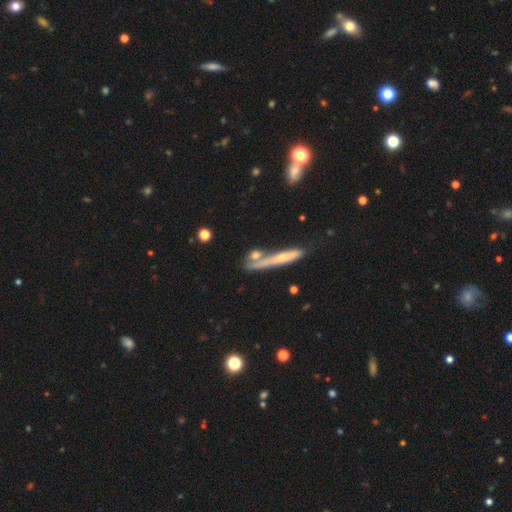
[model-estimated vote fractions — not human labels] Morphology: type=smooth (57%); roundness=cigar-shaped (53%); merging=none (54%).